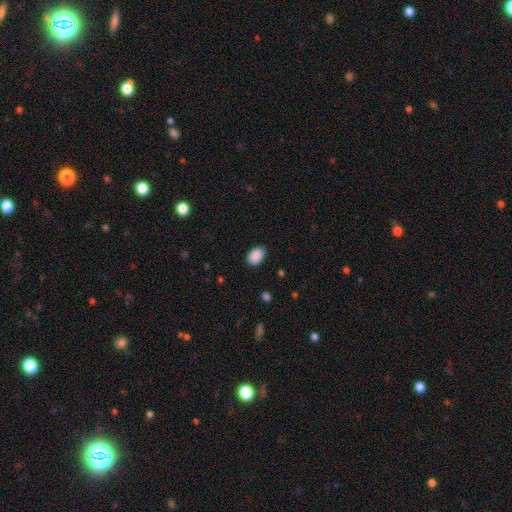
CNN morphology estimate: Q: Smooth or featured?
A: smooth (90%); runner-up: star or artifact (7%)
Q: How rounded?
A: in between (85%); runner-up: round (14%)
Q: Merging?
A: none (84%); runner-up: minor disturbance (12%)